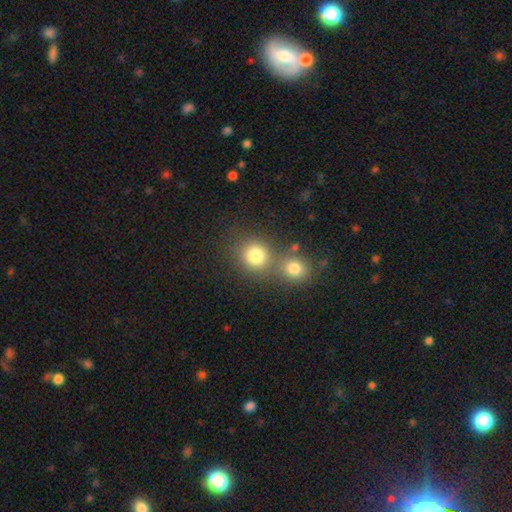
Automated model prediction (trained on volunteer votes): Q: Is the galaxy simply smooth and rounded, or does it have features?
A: smooth — 80%.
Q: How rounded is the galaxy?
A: round — 85%.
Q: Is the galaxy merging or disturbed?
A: none — 50%.